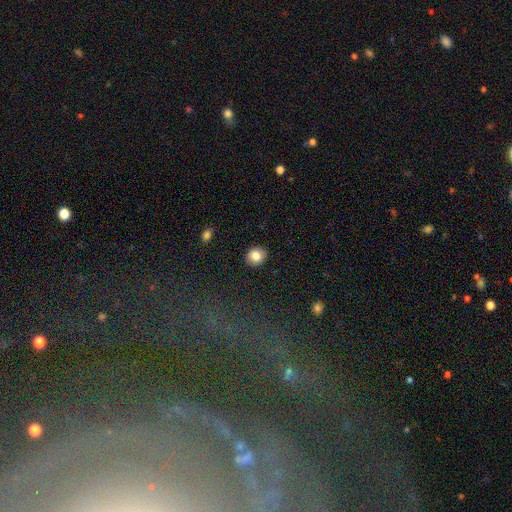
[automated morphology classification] Overall: smooth (82%). How rounded: round (77%). Merging: none (91%).